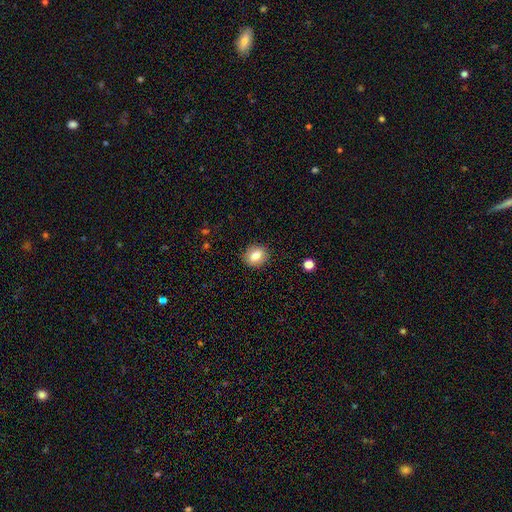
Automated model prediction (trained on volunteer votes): This appears to be a smooth galaxy with no disk features (80%) that is round (64%). Merging: none (89%).